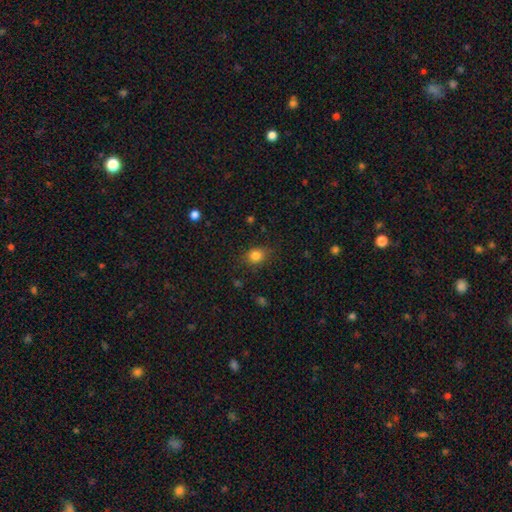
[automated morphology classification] This is clearly a smooth galaxy (82%). How rounded: possibly round (59%). Merging: likely none (79%).